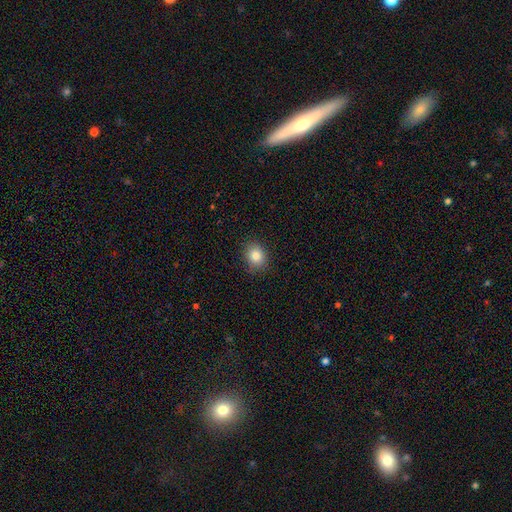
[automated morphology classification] Smooth or featured? Predicted: smooth (p=0.83). How rounded? Predicted: round (p=0.54). Merging? Predicted: none (p=0.87).